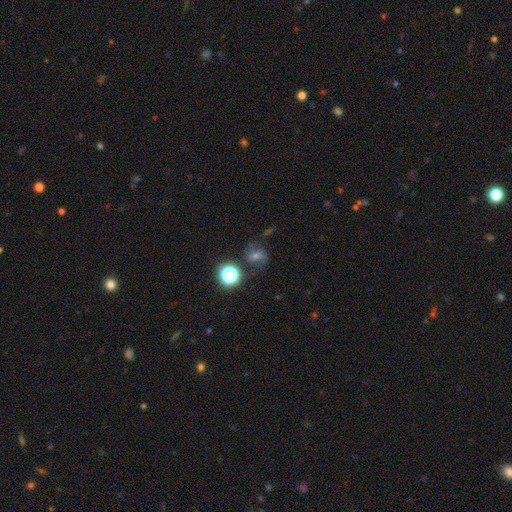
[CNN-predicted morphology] Overall: featured or disk (42%; smooth 34%). Merging: none (67%).